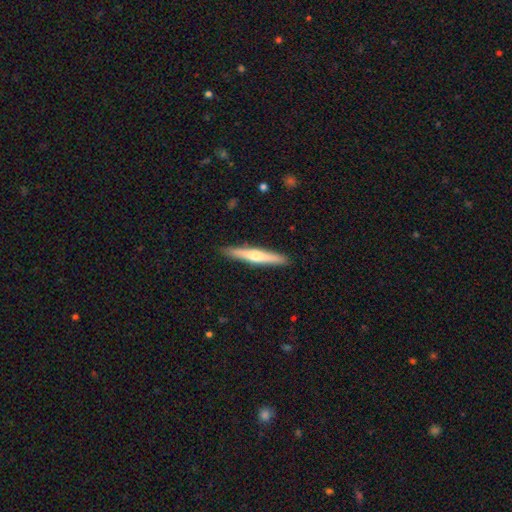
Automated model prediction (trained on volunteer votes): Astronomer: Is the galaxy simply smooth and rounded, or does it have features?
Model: featured or disk — 51% (runner-up: smooth, 44%).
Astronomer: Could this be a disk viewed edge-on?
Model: yes — 96%.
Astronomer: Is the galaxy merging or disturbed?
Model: none — 91%.